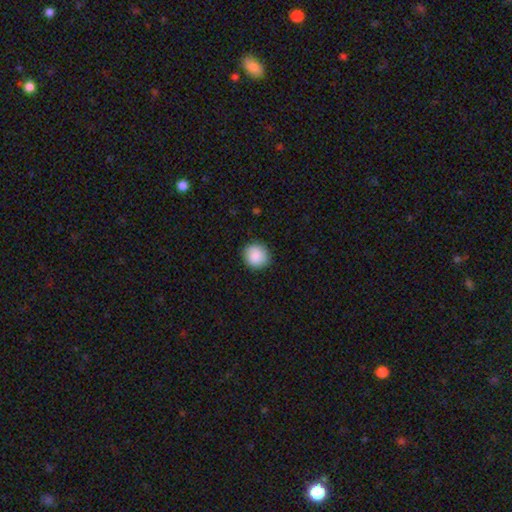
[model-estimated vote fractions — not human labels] A smooth galaxy with no disk features (89%) that is round (90%).

Vote fractions:
- Smooth or featured? smooth: 89% / star or artifact: 7% / featured or disk: 4%
- How rounded? round: 90% / in between: 9% / cigar-shaped: 1%
- Merging? none: 89% / minor disturbance: 8% / major disturbance: 2% / merger: 1%